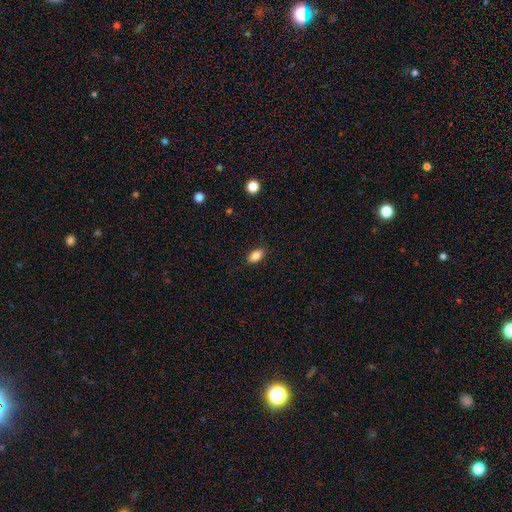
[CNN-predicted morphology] Overall: smooth (87%). How rounded: in between (89%). Merging: none (86%).